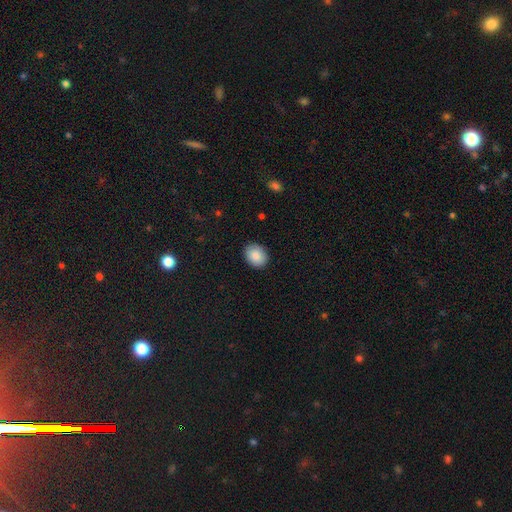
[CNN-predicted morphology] Smooth or featured? Predicted: smooth (p=0.88). How rounded? Predicted: in between (p=0.58). Merging? Predicted: none (p=0.88).